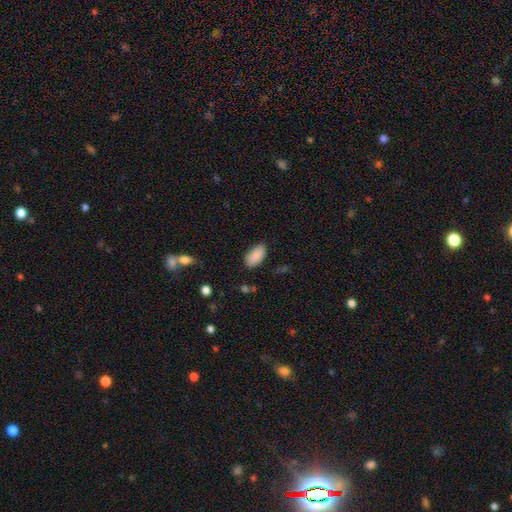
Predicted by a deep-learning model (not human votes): smooth-or-featured: smooth: 88% | star or artifact: 7% | featured or disk: 5%
  how-rounded: in between: 95% | round: 3% | cigar-shaped: 2%
  merging: none: 82% | minor disturbance: 13% | major disturbance: 3% | merger: 1%